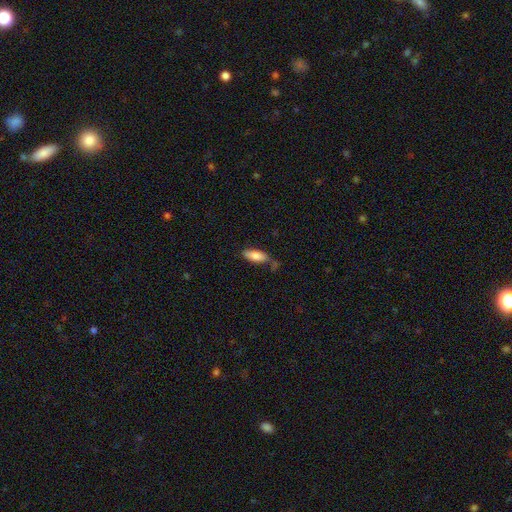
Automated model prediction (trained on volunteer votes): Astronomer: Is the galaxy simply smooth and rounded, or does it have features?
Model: smooth — 82%.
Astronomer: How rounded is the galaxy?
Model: in between — 72%.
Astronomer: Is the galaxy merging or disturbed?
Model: none — 61%.